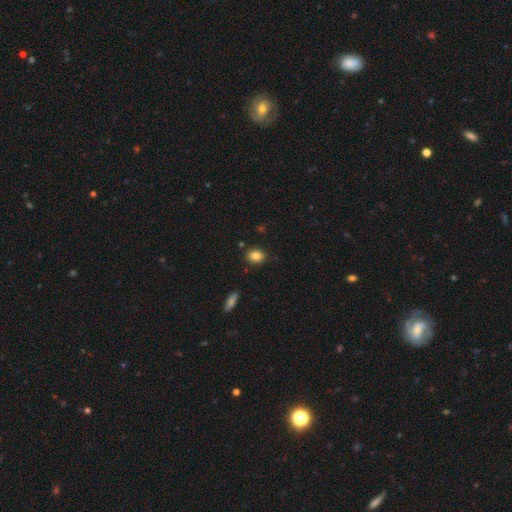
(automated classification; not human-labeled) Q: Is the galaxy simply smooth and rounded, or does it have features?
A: smooth — 85%.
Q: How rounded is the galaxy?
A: in between — 67%.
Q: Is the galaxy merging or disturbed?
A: none — 85%.